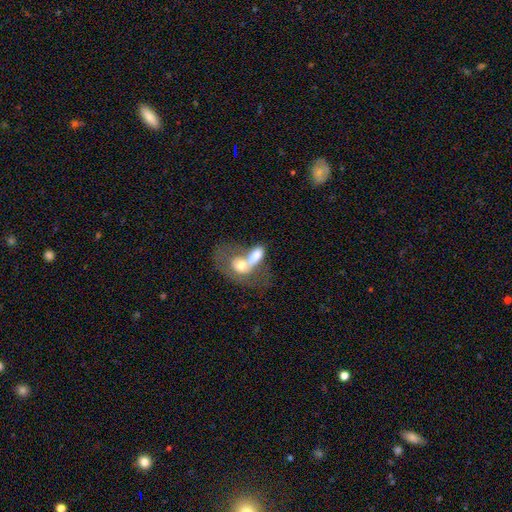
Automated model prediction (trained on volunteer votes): The model was most divided on "smooth or featured": smooth: 57%, featured or disk: 35%, star or artifact: 8%. More confident: merging — merger (76%); how rounded — in between (75%).